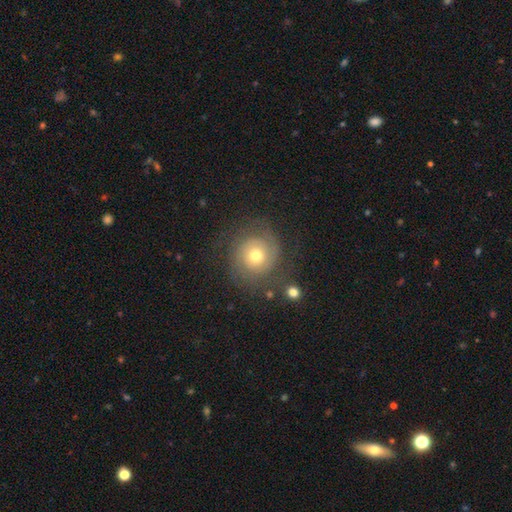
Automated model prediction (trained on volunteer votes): This appears to be a featured or disk galaxy (64%) with no bar (83%), 2 (56%) tight (66%) spiral arms (86%) and a moderate central bulge (64%). Merging: none (75%).